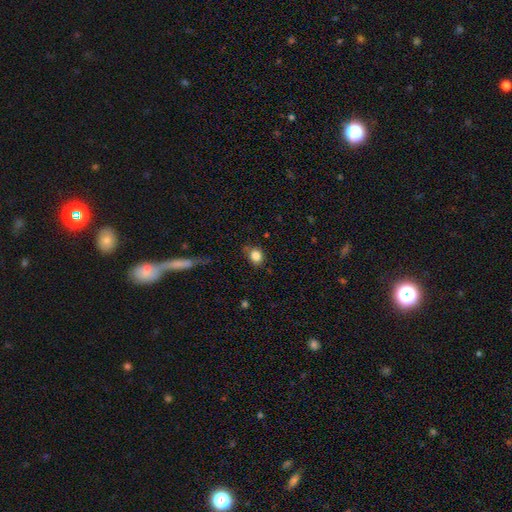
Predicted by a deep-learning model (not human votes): Smooth or featured?
  - smooth: 85% *
  - star or artifact: 10%
  - featured or disk: 5%
How rounded?
  - round: 68% *
  - in between: 31%
  - cigar-shaped: 1%
Merging?
  - none: 69% *
  - minor disturbance: 22%
  - major disturbance: 7%
  - merger: 3%